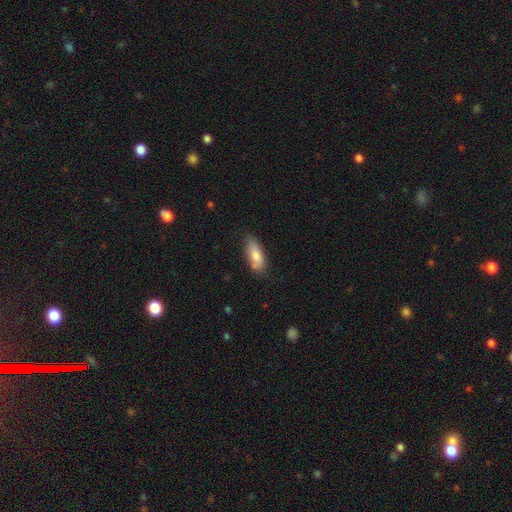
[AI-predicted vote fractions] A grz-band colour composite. It shows a smooth galaxy with no disk features (77%) that is in between round and cigar-shaped (74%). Merging: none (69%).